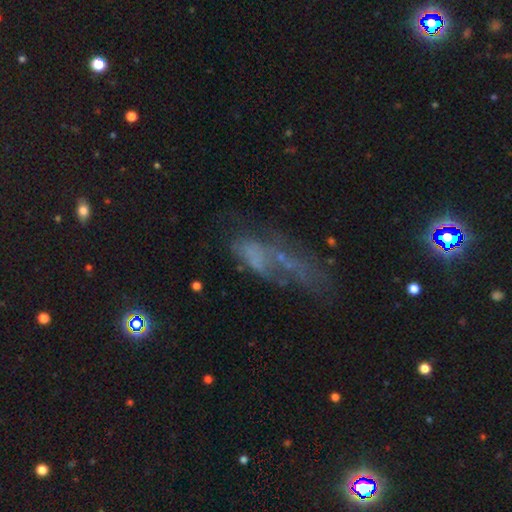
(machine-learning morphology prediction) Smooth or featured?
  - featured or disk: 49% *
  - smooth: 33%
  - star or artifact: 17%
Merging?
  - major disturbance: 36% *
  - none: 33%
  - minor disturbance: 19%
  - merger: 13%